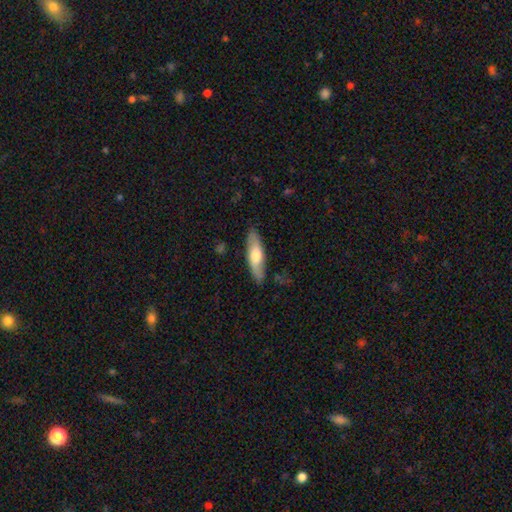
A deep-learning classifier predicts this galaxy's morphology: Smooth or featured? smooth (62%)
How rounded? cigar-shaped (55%)
Merging? none (84%)